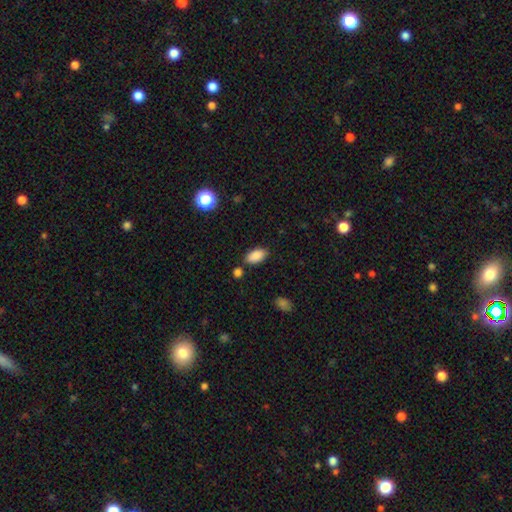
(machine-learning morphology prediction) smooth-or-featured: smooth: 88% | star or artifact: 8% | featured or disk: 4%
  how-rounded: in between: 93% | round: 4% | cigar-shaped: 3%
  merging: none: 79% | minor disturbance: 12% | merger: 6% | major disturbance: 3%